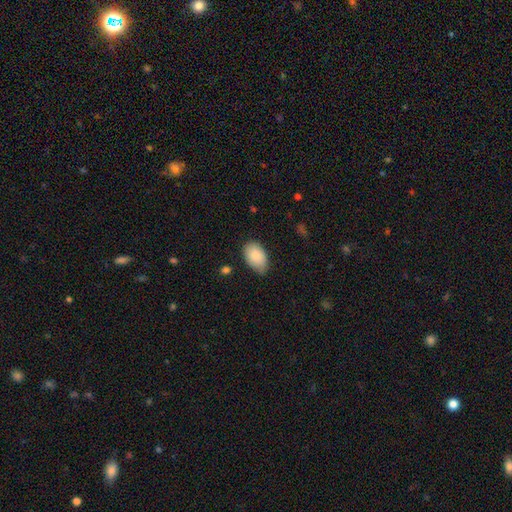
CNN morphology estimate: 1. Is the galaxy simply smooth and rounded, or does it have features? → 87% smooth, 7% featured or disk, 6% star or artifact.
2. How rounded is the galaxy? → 92% in between, 7% round, 1% cigar-shaped.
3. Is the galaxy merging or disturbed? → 69% none, 26% minor disturbance, 4% major disturbance, 1% merger.